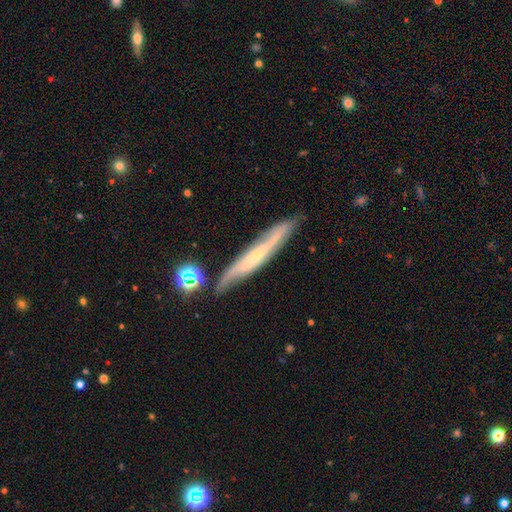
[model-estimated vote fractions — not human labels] Overall: featured or disk (70%). Edge-on disk: yes (70%; no 30%). Merging: none (72%).